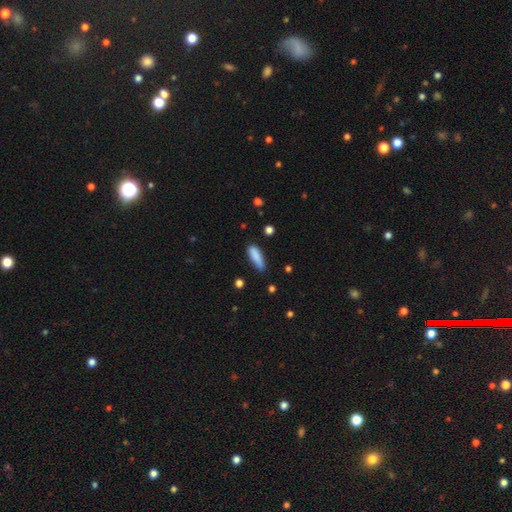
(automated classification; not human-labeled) smooth-or-featured: smooth: 87% | star or artifact: 7% | featured or disk: 6%
  how-rounded: in between: 54% | cigar-shaped: 44% | round: 2%
  merging: none: 68% | minor disturbance: 26% | major disturbance: 4% | merger: 2%